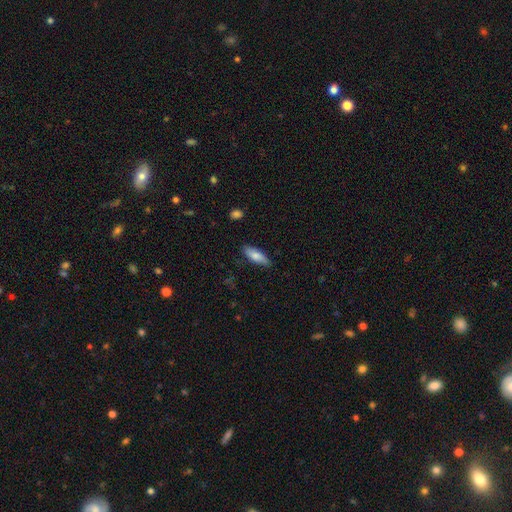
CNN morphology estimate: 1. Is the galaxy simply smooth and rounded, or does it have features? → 77% smooth, 17% featured or disk, 6% star or artifact.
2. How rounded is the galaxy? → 63% in between, 36% cigar-shaped, 2% round.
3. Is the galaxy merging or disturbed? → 81% none, 15% minor disturbance, 2% major disturbance, 1% merger.